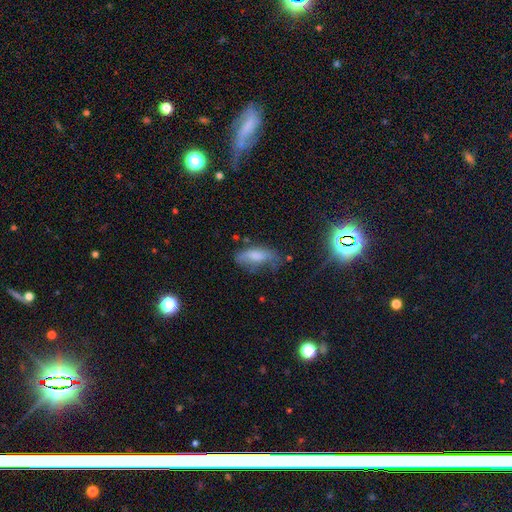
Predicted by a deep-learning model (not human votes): smooth-or-featured: smooth: 65% | featured or disk: 24% | star or artifact: 12%
  how-rounded: in between: 77% | cigar-shaped: 20% | round: 3%
  merging: none: 40% | minor disturbance: 35% | major disturbance: 21% | merger: 4%